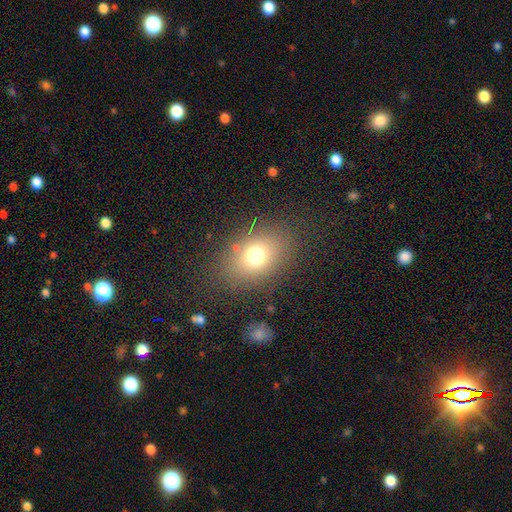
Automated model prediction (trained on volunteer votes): Overall: smooth (70%). How rounded: in between (64%; round 35%). Merging: none (80%).